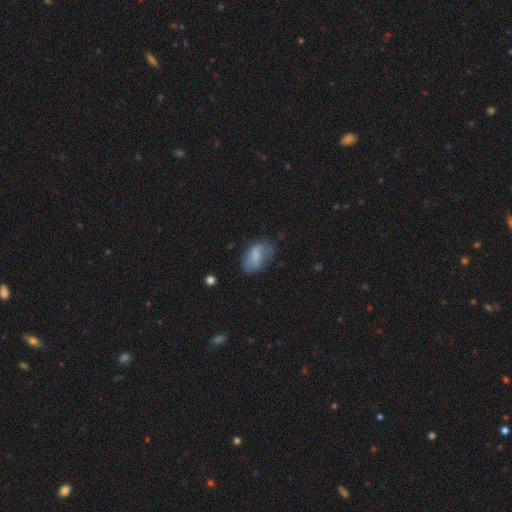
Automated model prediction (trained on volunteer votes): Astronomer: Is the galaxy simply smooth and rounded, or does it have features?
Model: smooth — 70%.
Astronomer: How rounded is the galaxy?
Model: in between — 90%.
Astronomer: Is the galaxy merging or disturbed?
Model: none — 57%.